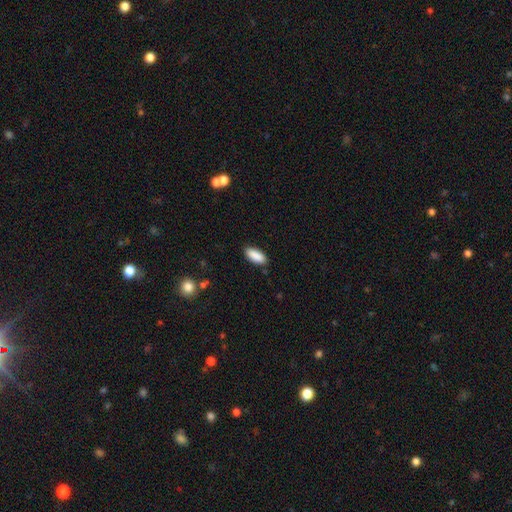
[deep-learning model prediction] A smooth galaxy with no disk features (90%) that is in between round and cigar-shaped (84%).

Vote fractions:
- Smooth or featured? smooth: 90% / star or artifact: 6% / featured or disk: 4%
- How rounded? in between: 84% / cigar-shaped: 15% / round: 2%
- Merging? none: 87% / minor disturbance: 10% / major disturbance: 2% / merger: 1%